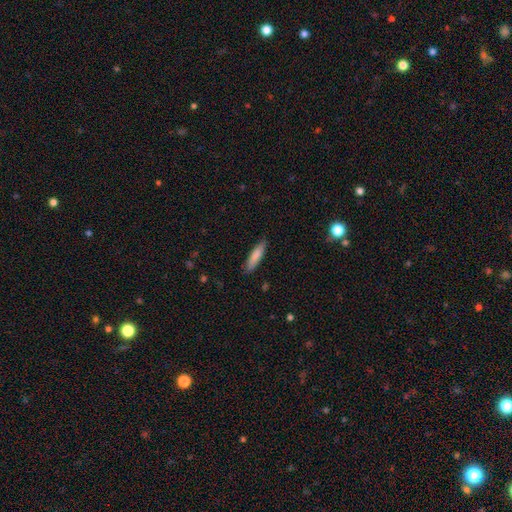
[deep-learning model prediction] Overall: smooth (82%). How rounded: cigar-shaped (76%). Merging: none (85%).